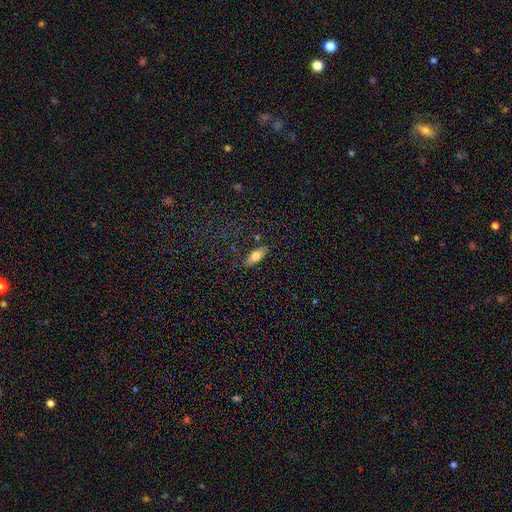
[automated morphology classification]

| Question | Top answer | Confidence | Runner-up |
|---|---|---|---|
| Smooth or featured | smooth | 72% | featured or disk (21%) |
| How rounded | in between | 78% | cigar-shaped (19%) |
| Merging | none | 80% | minor disturbance (14%) |